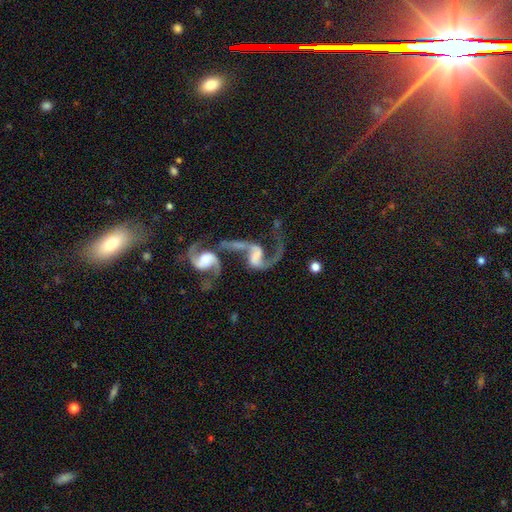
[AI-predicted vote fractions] Smooth or featured: featured or disk — 84% (smooth — 10%)
Edge-on disk: no — 97% (yes — 3%)
Bar: weak — 40% (no — 32%)
Spiral arms: yes — 93% (no — 7%)
Spiral winding: loose — 71% (medium — 24%)
Spiral arm count: 2 — 79% (1 — 15%)
Bulge size: moderate — 32% (none — 26%)
Merging: merger — 59% (none — 18%)